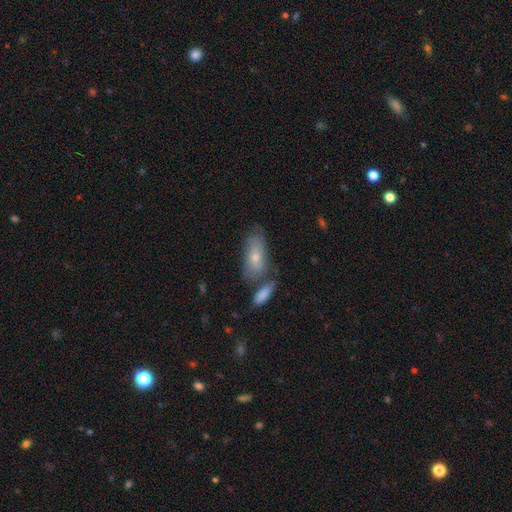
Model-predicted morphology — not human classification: Q: Smooth or featured?
A: smooth (67%); runner-up: featured or disk (26%)
Q: How rounded?
A: in between (82%); runner-up: cigar-shaped (14%)
Q: Merging?
A: none (56%); runner-up: merger (21%)